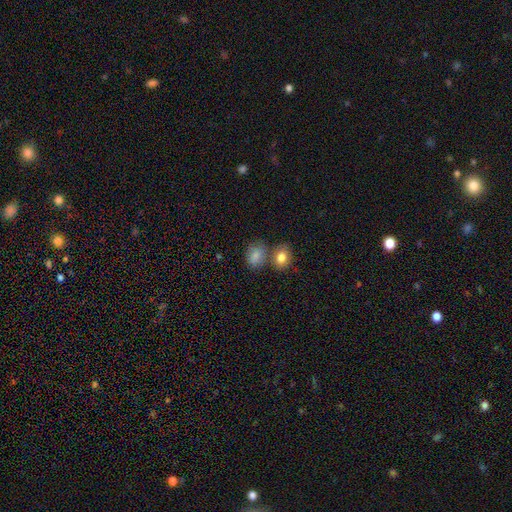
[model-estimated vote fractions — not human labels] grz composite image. It shows a smooth galaxy with no disk features (83%) that is in between round and cigar-shaped (68%). Merging: none (55%).